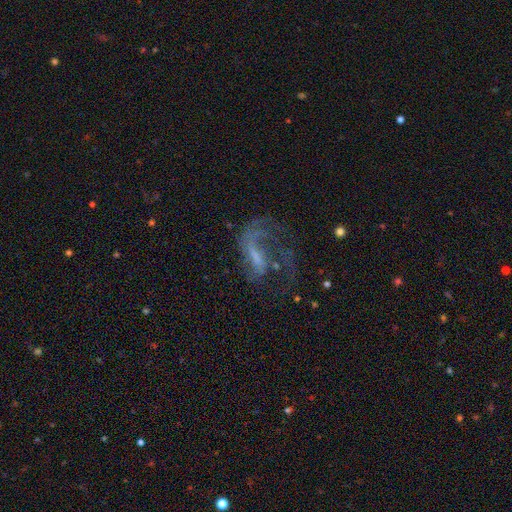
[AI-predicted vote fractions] Smooth or featured?
  - featured or disk: 75% *
  - smooth: 14%
  - star or artifact: 11%
Edge-on disk?
  - no: 95% *
  - yes: 5%
Bar?
  - weak: 45% *
  - no: 30%
  - strong: 25%
Spiral arms?
  - yes: 81% *
  - no: 19%
Spiral winding?
  - loose: 58% *
  - medium: 32%
  - tight: 10%
Spiral arm count?
  - 1: 53% *
  - 2: 30%
  - can't tell: 10%
  - 3: 4%
  - 4: 2%
  - more than 4: 2%
Bulge size?
  - none: 35% * (tied)
  - small: 35% * (tied)
  - moderate: 24%
  - large: 4%
  - dominant: 1%
Merging?
  - major disturbance: 47% *
  - none: 33%
  - minor disturbance: 15%
  - merger: 4%